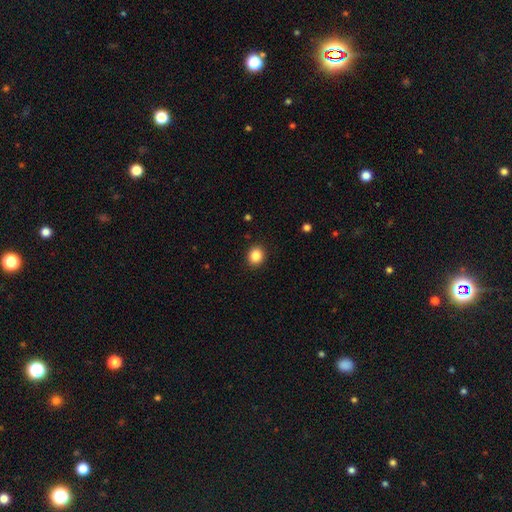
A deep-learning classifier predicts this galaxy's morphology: Smooth or featured: smooth — 86% (star or artifact — 10%)
How rounded: round — 75% (in between — 24%)
Merging: none — 91% (minor disturbance — 6%)